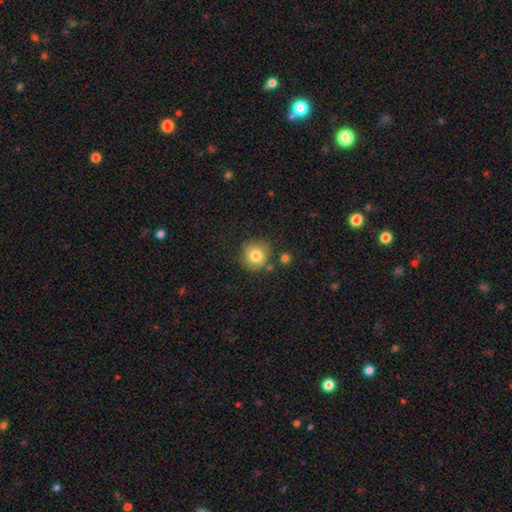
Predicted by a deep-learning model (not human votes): Smooth or featured? smooth (80%)
How rounded? round (93%)
Merging? none (81%)